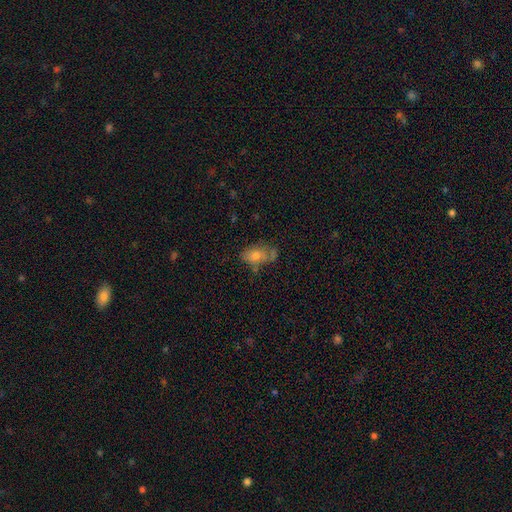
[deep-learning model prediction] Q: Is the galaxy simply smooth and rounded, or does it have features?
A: smooth — 62%.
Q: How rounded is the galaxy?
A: in between — 83%.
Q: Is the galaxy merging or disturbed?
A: none — 52%.